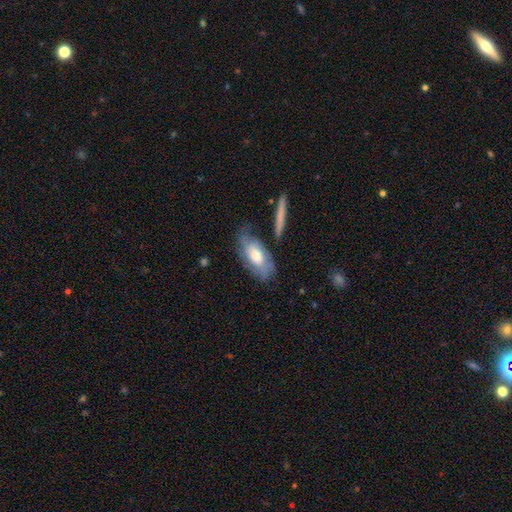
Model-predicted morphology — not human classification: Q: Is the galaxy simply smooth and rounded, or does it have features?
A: smooth — 47%, tied with featured or disk.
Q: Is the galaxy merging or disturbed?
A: none — 61%.